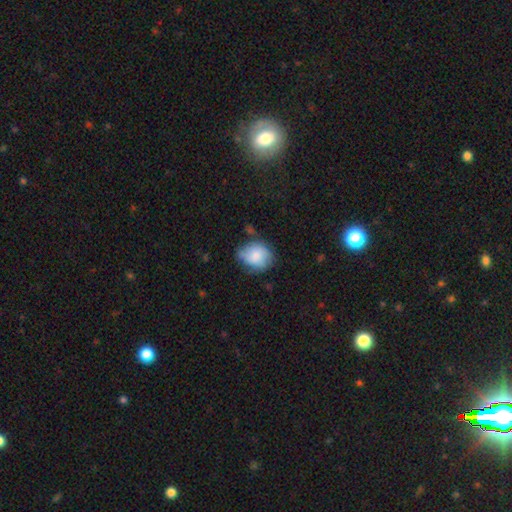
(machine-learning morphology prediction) Smooth or featured? Predicted: smooth (p=0.74). How rounded? Predicted: round (p=0.62). Merging? Predicted: none (p=0.54).